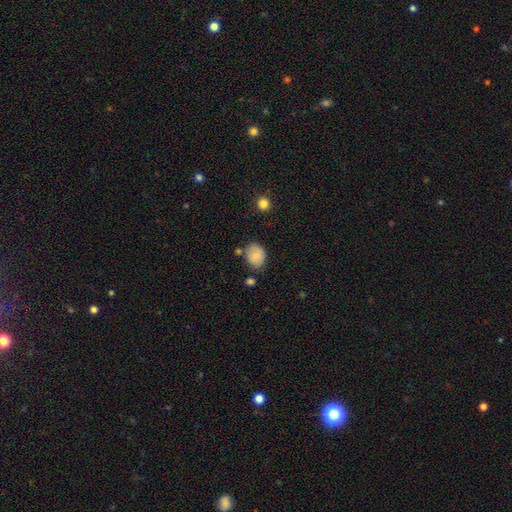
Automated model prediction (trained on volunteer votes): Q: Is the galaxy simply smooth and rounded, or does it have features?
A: smooth — 77%.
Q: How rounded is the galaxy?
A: in between — 54%.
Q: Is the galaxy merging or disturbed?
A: none — 68%.